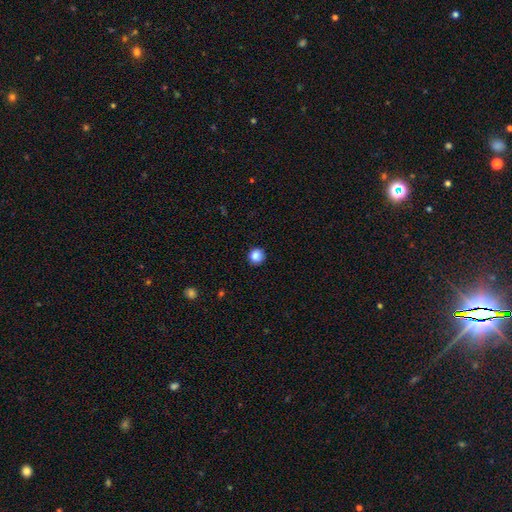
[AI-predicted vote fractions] A smooth galaxy with no disk features (87%) that is round (93%).

Vote fractions:
- Smooth or featured? smooth: 87% / star or artifact: 10% / featured or disk: 4%
- How rounded? round: 93% / in between: 6% / cigar-shaped: 1%
- Merging? none: 90% / minor disturbance: 7% / major disturbance: 2% / merger: 1%